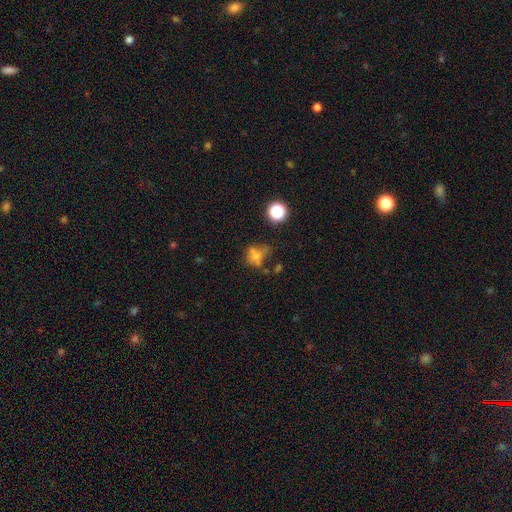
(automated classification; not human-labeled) smooth-or-featured: smooth: 57% | featured or disk: 22% | star or artifact: 21%
  how-rounded: round: 59% | in between: 40% | cigar-shaped: 2%
  merging: none: 39% | merger: 23% | minor disturbance: 19% | major disturbance: 18%